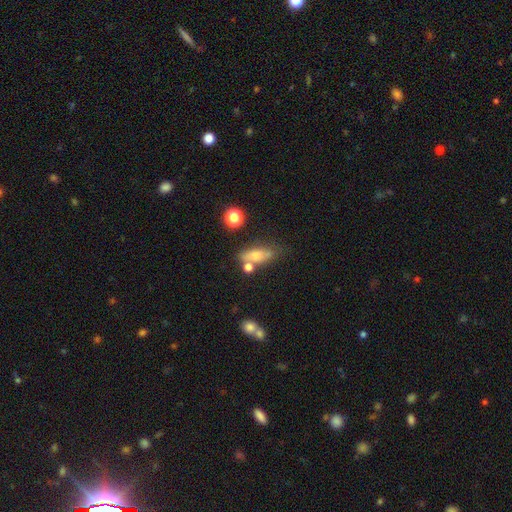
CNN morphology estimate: Q: Smooth or featured?
A: smooth (70%); runner-up: featured or disk (19%)
Q: How rounded?
A: in between (65%); runner-up: cigar-shaped (26%)
Q: Merging?
A: none (49%); runner-up: minor disturbance (23%)